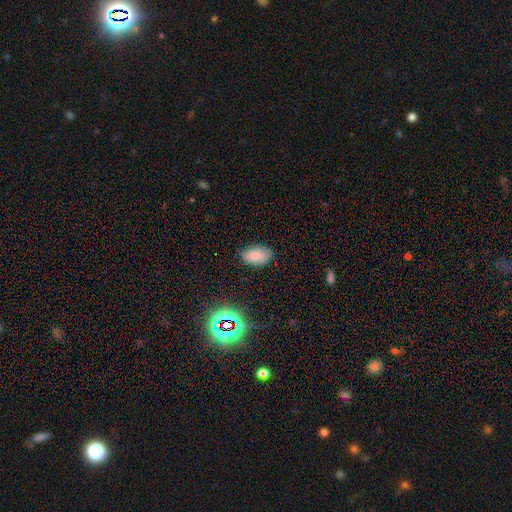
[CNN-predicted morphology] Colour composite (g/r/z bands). It shows a smooth galaxy with no disk features (82%) that is in between round and cigar-shaped (92%). Merging: none (77%).